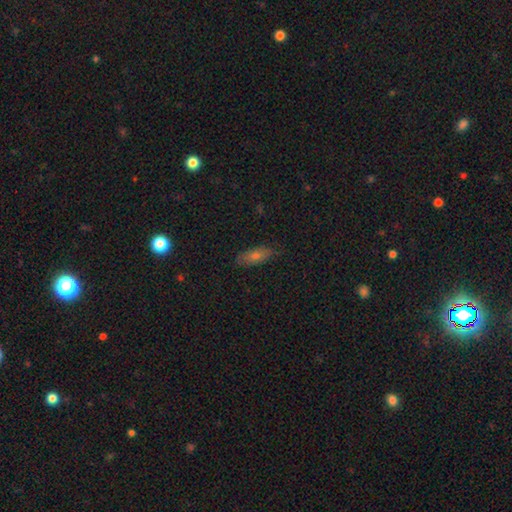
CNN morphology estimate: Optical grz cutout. It shows a smooth galaxy with no disk features (62%) that is in between round and cigar-shaped (63%). Merging: none (82%).